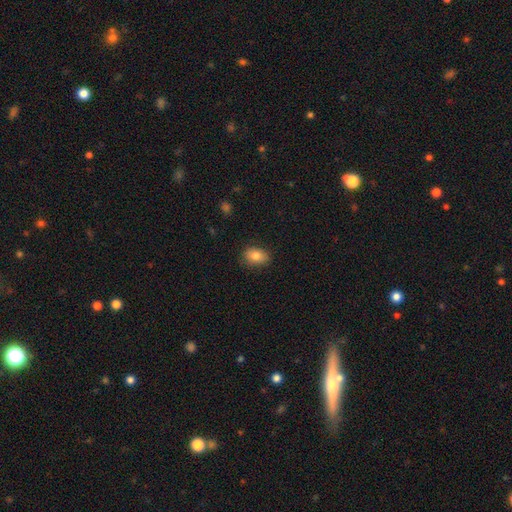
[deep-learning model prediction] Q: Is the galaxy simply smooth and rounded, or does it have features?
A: smooth — 82%.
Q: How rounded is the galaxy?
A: in between — 76%.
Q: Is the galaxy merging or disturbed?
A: none — 83%.